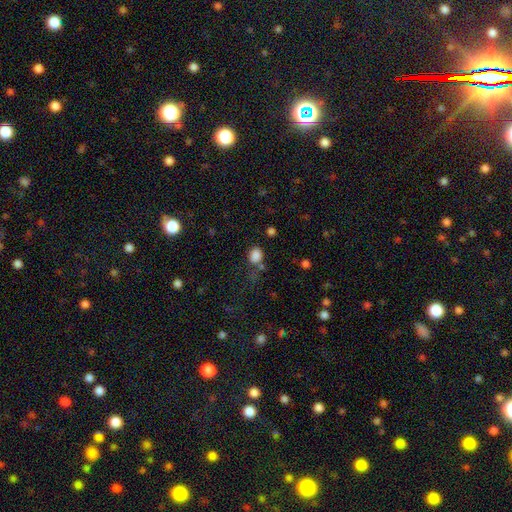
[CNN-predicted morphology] This appears to be a smooth galaxy with no disk features (83%) that is round (53%). Merging: none (64%).